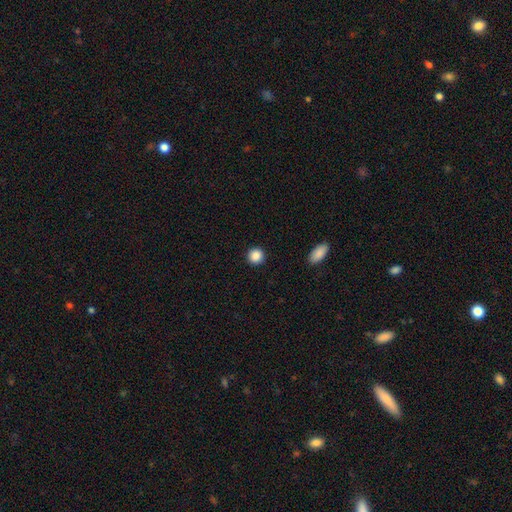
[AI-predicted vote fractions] The model was most divided on "smooth or featured": smooth: 88%, star or artifact: 9%, featured or disk: 3%. More confident: how rounded — round (94%); merging — none (92%).